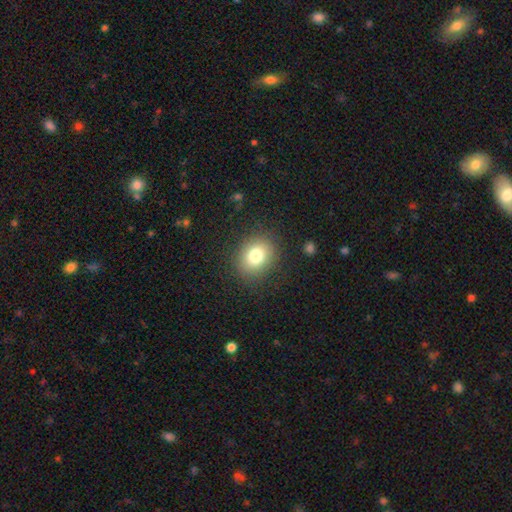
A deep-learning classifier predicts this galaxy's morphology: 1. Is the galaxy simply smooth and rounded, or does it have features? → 79% smooth, 11% star or artifact, 10% featured or disk.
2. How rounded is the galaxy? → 56% round, 43% in between, 1% cigar-shaped.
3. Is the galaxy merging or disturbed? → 86% none, 9% minor disturbance, 4% major disturbance, 1% merger.